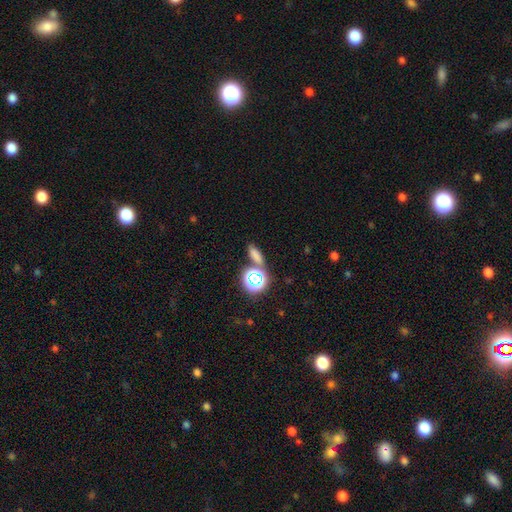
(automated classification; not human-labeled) smooth 66%, star or artifact 25%, featured or disk 9%. Down the decision tree: how rounded — in between (53%); merging — none (69%).